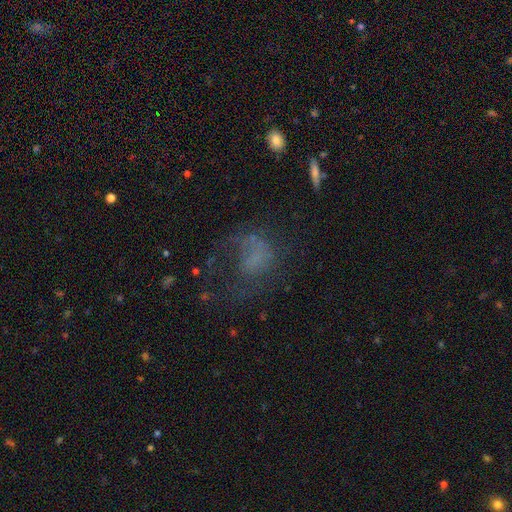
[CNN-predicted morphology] A featured or disk galaxy (42%).

Vote fractions:
- Smooth or featured? featured or disk: 42% / smooth: 36% / star or artifact: 22%
- Merging? major disturbance: 45% / none: 34% / minor disturbance: 17% / merger: 4%